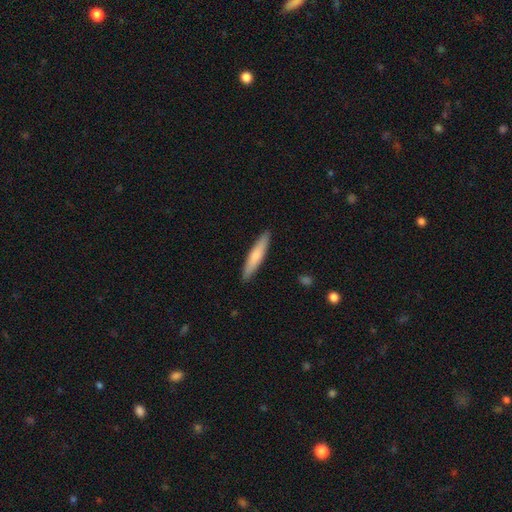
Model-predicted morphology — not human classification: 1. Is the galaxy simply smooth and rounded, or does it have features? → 71% smooth, 24% featured or disk, 5% star or artifact.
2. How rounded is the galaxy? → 90% cigar-shaped, 9% in between, 1% round.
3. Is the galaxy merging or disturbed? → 91% none, 7% minor disturbance, 1% major disturbance, 1% merger.